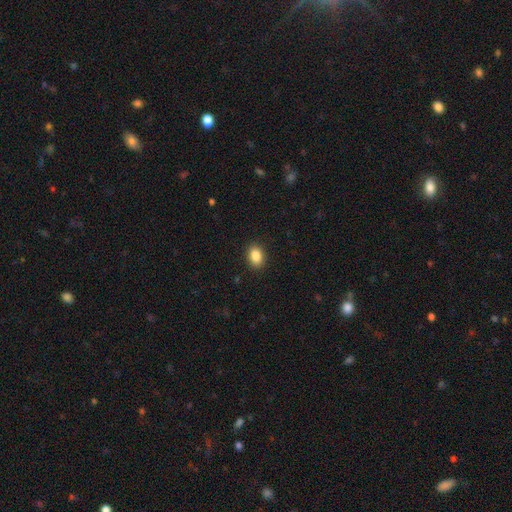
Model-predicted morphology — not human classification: Q: Smooth or featured?
A: smooth (87%); runner-up: star or artifact (9%)
Q: How rounded?
A: in between (76%); runner-up: round (23%)
Q: Merging?
A: none (90%); runner-up: minor disturbance (7%)